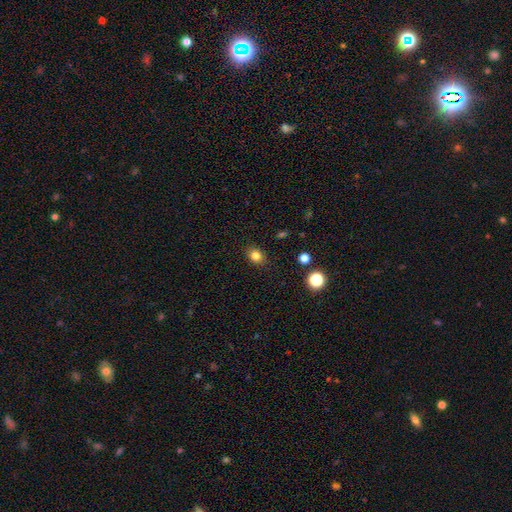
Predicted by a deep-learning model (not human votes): Morphology: type=smooth (81%); roundness=round (61%); merging=none (87%).